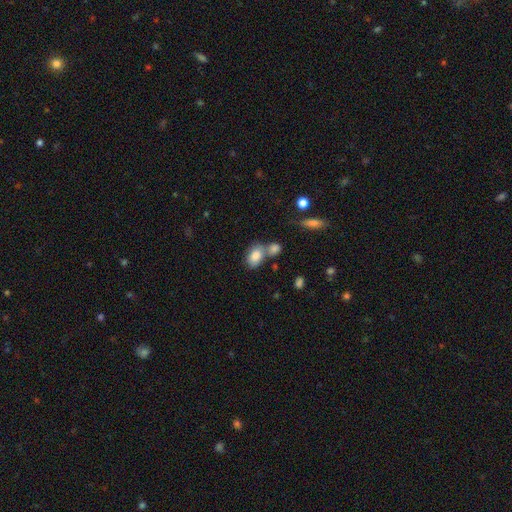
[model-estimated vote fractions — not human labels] Q: Smooth or featured?
A: smooth (82%); runner-up: featured or disk (10%)
Q: How rounded?
A: in between (81%); runner-up: round (17%)
Q: Merging?
A: none (41%); runner-up: merger (40%)